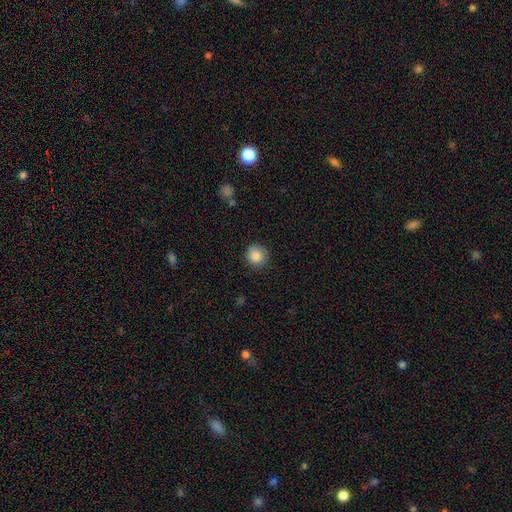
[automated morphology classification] Smooth or featured? Predicted: smooth (p=0.86). How rounded? Predicted: round (p=0.91). Merging? Predicted: none (p=0.87).